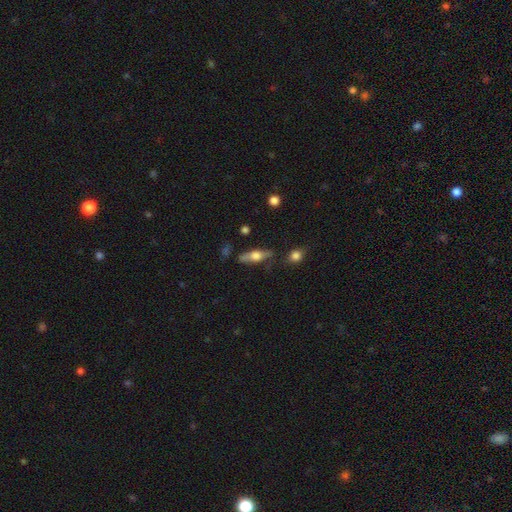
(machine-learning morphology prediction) smooth-or-featured: smooth: 48% | featured or disk: 45% | star or artifact: 7%
  merging: none: 70% | minor disturbance: 18% | major disturbance: 7% | merger: 5%